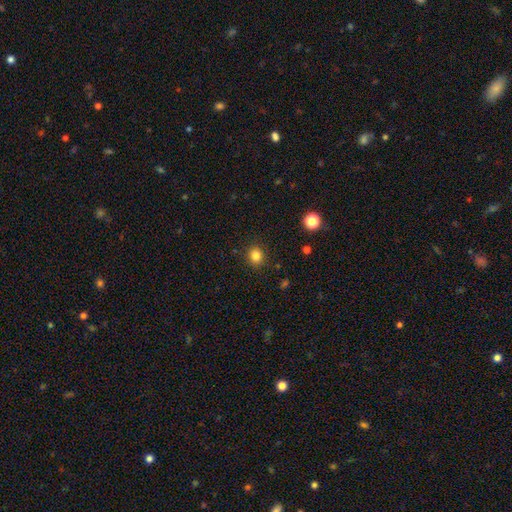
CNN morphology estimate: This is clearly a smooth galaxy (84%). How rounded: likely round (78%). Merging: clearly none (90%).